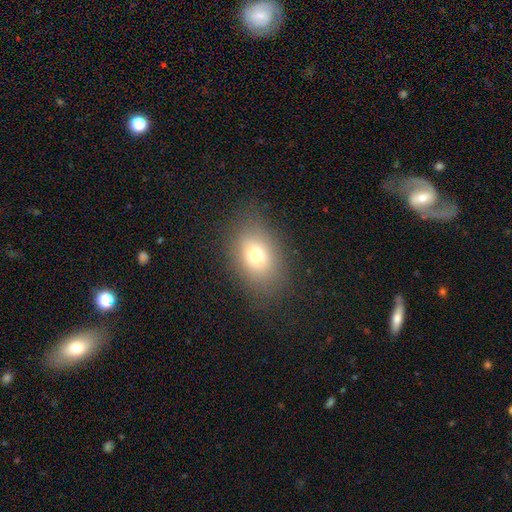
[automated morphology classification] smooth-or-featured: smooth: 73% | featured or disk: 15% | star or artifact: 13%
  how-rounded: in between: 77% | round: 21% | cigar-shaped: 2%
  merging: none: 80% | minor disturbance: 13% | major disturbance: 5% | merger: 1%